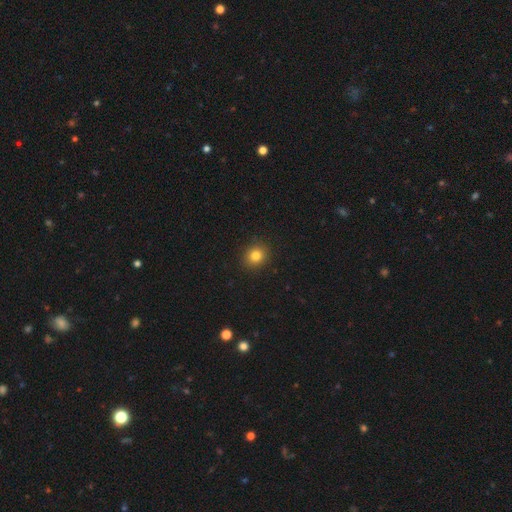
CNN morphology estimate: The model was most divided on "how rounded": round: 80%, in between: 19%, cigar-shaped: 1%. More confident: merging — none (91%); smooth or featured — smooth (82%).